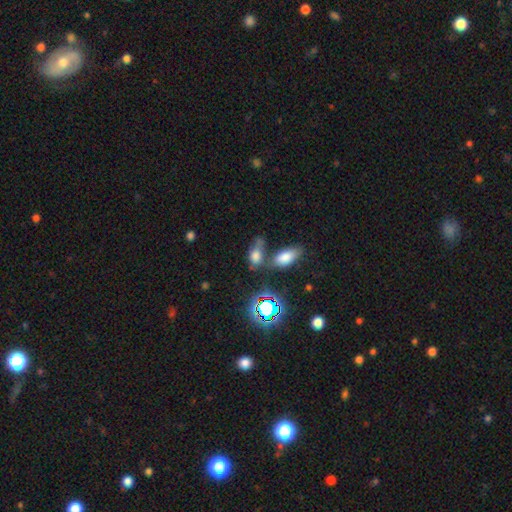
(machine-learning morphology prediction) A smooth galaxy with no disk features (66%) that is in between round and cigar-shaped (80%). Merging: none (41%).